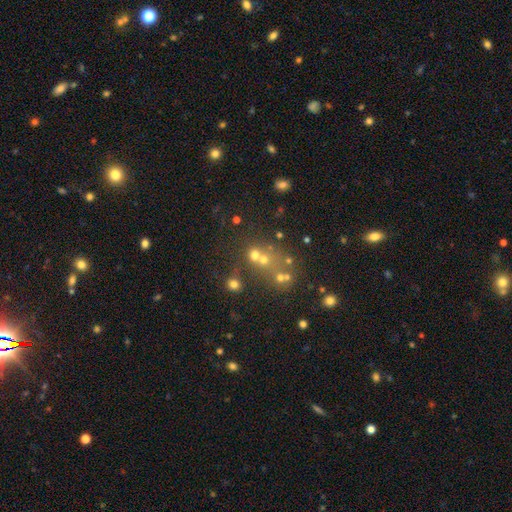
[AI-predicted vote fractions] Morphology: type=smooth (48%); merging=none (46%).